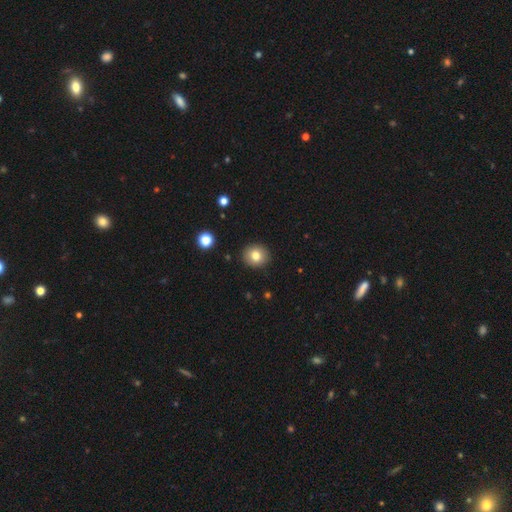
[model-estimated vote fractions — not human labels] Smooth or featured? smooth (80%)
How rounded? round (85%)
Merging? none (91%)